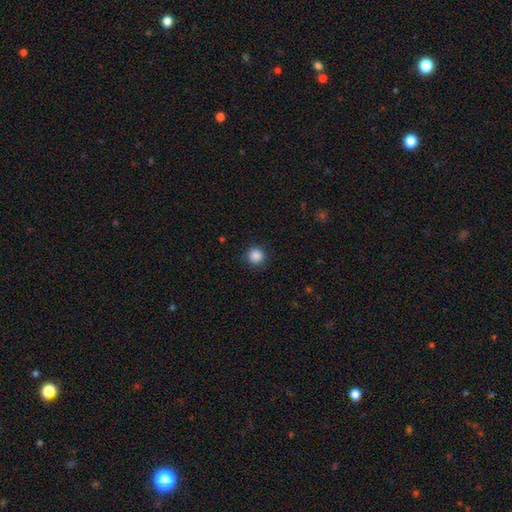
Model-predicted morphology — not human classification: Smooth or featured?
  - smooth: 87% *
  - star or artifact: 10%
  - featured or disk: 2%
How rounded?
  - round: 94% *
  - in between: 5%
  - cigar-shaped: 1%
Merging?
  - none: 91% *
  - minor disturbance: 6%
  - major disturbance: 2%
  - merger: 1%